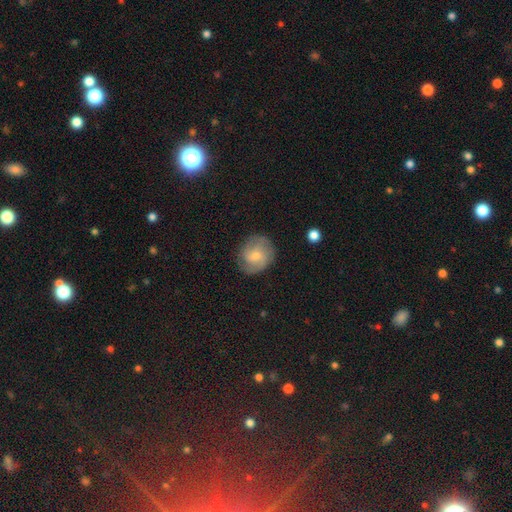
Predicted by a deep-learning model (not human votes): Q: Smooth or featured?
A: featured or disk (54%); runner-up: smooth (40%)
Q: Edge-on disk?
A: no (97%); runner-up: yes (3%)
Q: Bar?
A: no (53%); runner-up: weak (41%)
Q: Spiral arms?
A: yes (87%); runner-up: no (13%)
Q: Bulge size?
A: small (49%); runner-up: moderate (44%)
Q: Merging?
A: none (79%); runner-up: minor disturbance (15%)